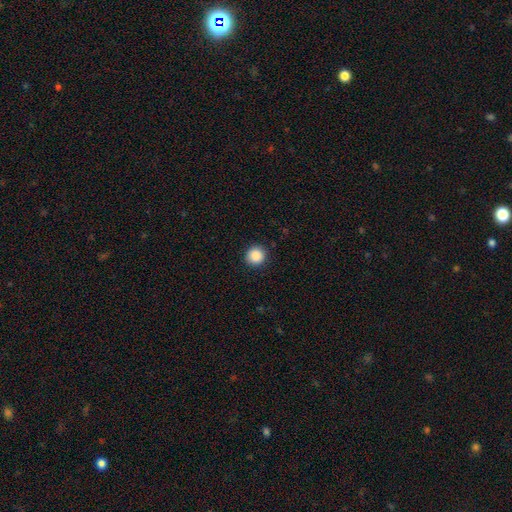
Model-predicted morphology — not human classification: This is clearly a smooth galaxy (89%). How rounded: clearly round (94%). Merging: clearly none (92%).